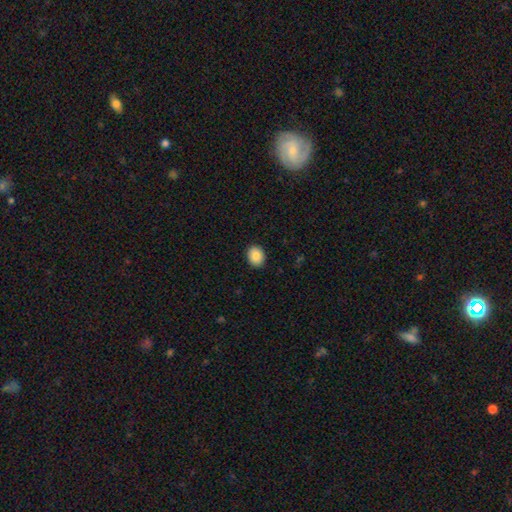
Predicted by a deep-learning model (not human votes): smooth-or-featured: smooth: 88% | star or artifact: 8% | featured or disk: 4%
  how-rounded: round: 52% | in between: 47% | cigar-shaped: 1%
  merging: none: 91% | minor disturbance: 6% | major disturbance: 2% | merger: 1%